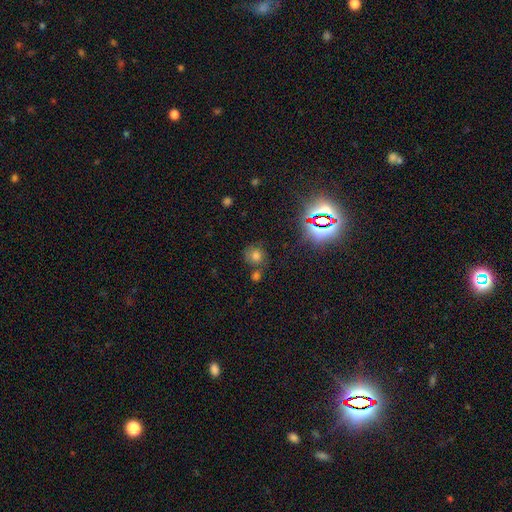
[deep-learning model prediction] Smooth or featured? Predicted: smooth (p=0.66). How rounded? Predicted: round (p=0.84). Merging? Predicted: none (p=0.63).